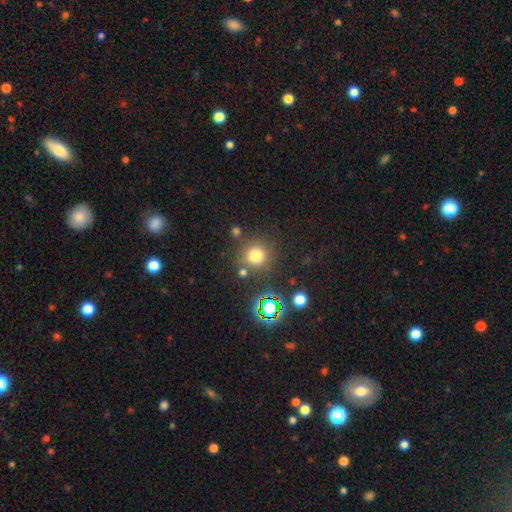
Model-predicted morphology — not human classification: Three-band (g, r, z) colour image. It shows a smooth galaxy with no disk features (74%) that is round (92%). Merging: none (78%).